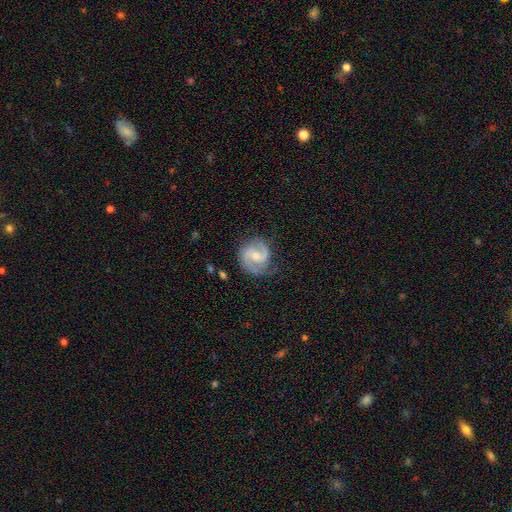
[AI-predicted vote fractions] Overall: featured or disk (85%). Edge-on disk: no (98%). Bar: weak (51%; no 38%). Spiral arms: yes (97%). Spiral arm count: 2 (89%). Spiral winding: medium (55%; tight 28%). Bulge size: moderate (49%; small 45%). Merging: none (75%).